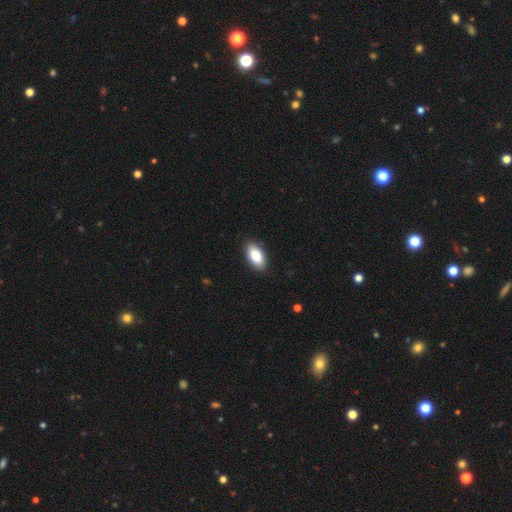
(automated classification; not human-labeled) A smooth galaxy with no disk features (85%) that is in between round and cigar-shaped (93%). Merging: none (89%).